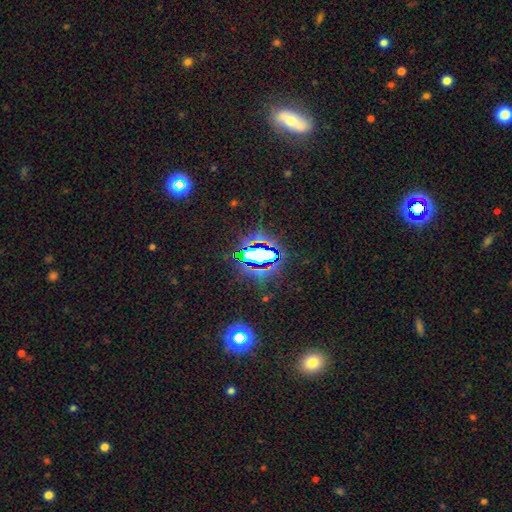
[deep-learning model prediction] star or artifact 72%, smooth 17%, featured or disk 12%.